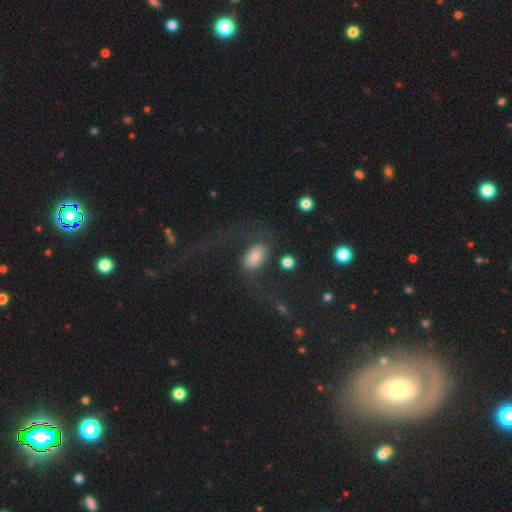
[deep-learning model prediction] The model was most divided on "merging": none: 49%, major disturbance: 27%, minor disturbance: 17%, merger: 7%. More confident: how rounded — in between (91%); smooth or featured — smooth (75%).